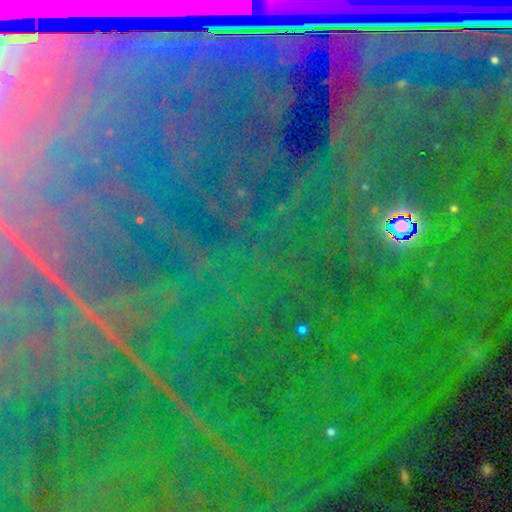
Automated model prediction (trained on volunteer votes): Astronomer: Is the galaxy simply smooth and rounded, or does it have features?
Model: star or artifact — 87%.